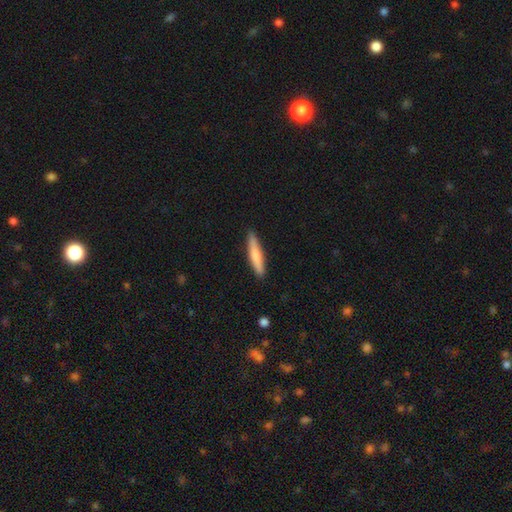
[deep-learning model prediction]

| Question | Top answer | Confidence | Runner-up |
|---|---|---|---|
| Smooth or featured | smooth | 72% | featured or disk (23%) |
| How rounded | cigar-shaped | 90% | in between (9%) |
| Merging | none | 89% | minor disturbance (8%) |